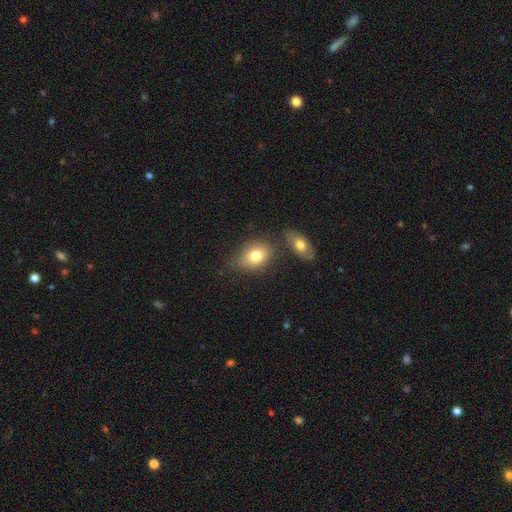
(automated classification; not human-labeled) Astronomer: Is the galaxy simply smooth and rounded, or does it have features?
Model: smooth — 79%.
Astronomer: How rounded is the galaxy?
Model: in between — 75%.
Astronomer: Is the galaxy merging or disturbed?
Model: none — 61%.